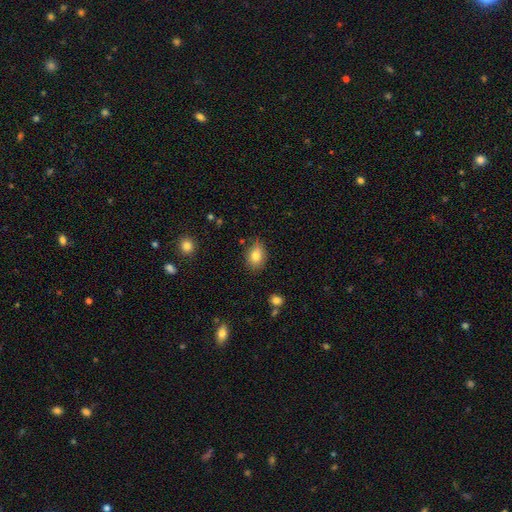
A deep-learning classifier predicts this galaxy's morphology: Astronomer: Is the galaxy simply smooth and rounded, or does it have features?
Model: smooth — 81%.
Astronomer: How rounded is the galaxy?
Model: in between — 73%.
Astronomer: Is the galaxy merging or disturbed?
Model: none — 79%.